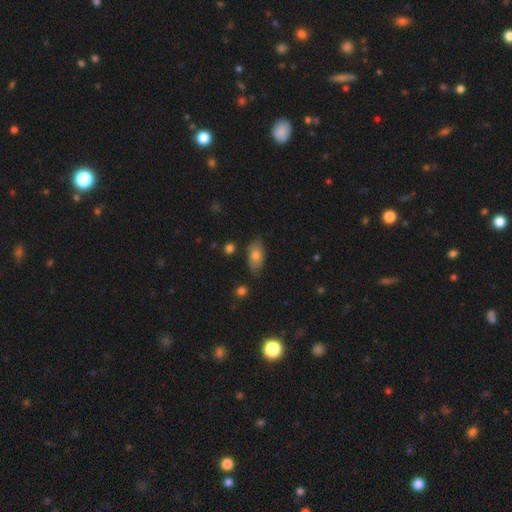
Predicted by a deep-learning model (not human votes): Morphology: type=smooth (72%); roundness=in between (90%); merging=none (71%).